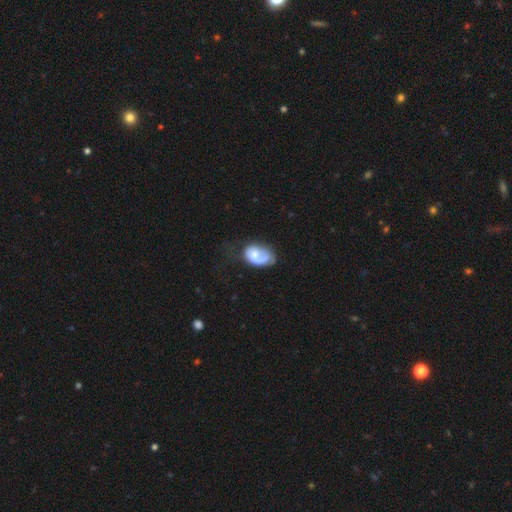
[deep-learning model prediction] Morphology: type=featured or disk (51%); edge-on=no (97%); merging=none (40%).